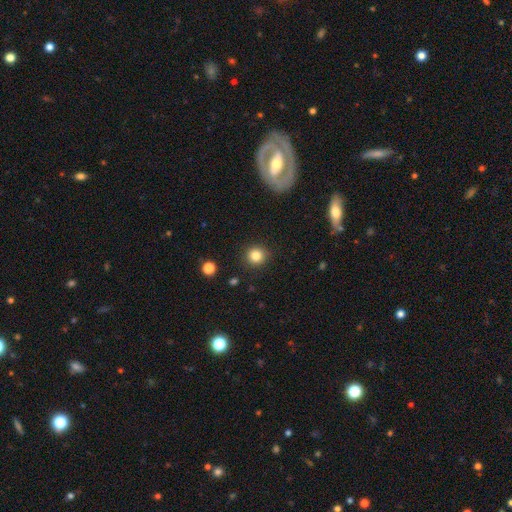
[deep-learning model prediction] smooth-or-featured: smooth: 83% | star or artifact: 11% | featured or disk: 5%
  how-rounded: round: 92% | in between: 7% | cigar-shaped: 1%
  merging: none: 91% | minor disturbance: 6% | major disturbance: 2% | merger: 1%